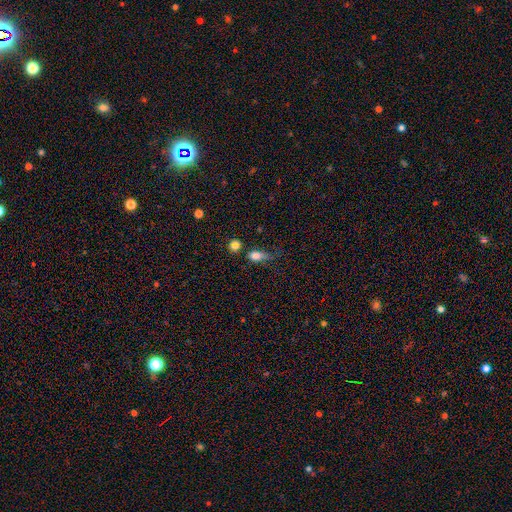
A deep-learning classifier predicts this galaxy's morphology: Q: Smooth or featured?
A: smooth (75%); runner-up: star or artifact (13%)
Q: How rounded?
A: in between (63%); runner-up: round (28%)
Q: Merging?
A: none (33%); runner-up: minor disturbance (29%)